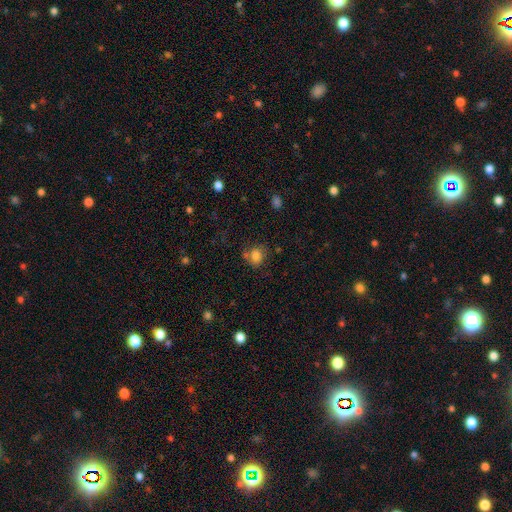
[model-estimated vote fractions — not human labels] Smooth or featured? Predicted: smooth (p=0.79). How rounded? Predicted: round (p=0.58). Merging? Predicted: none (p=0.62).